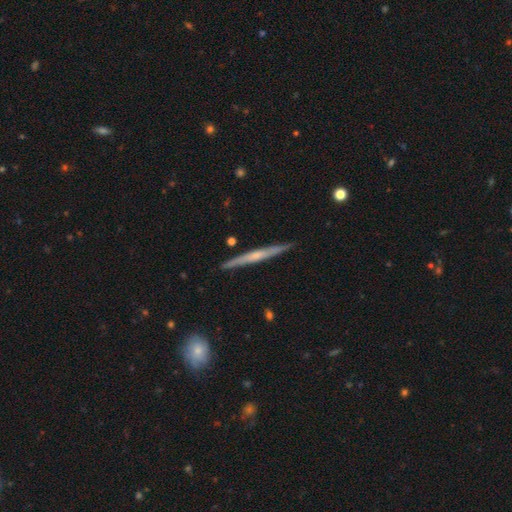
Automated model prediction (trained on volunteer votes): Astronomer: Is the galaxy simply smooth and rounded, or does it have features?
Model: featured or disk — 66%.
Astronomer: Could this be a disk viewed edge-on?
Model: yes — 98%.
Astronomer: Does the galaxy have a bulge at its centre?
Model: none — 49% (runner-up: rounded, 43%).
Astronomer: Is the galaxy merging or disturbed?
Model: none — 90%.